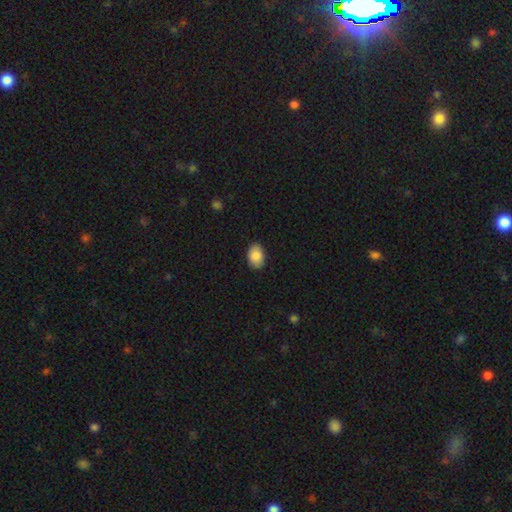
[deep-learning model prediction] This appears to be a smooth galaxy with no disk features (88%) that is in between round and cigar-shaped (86%). Merging: none (88%).